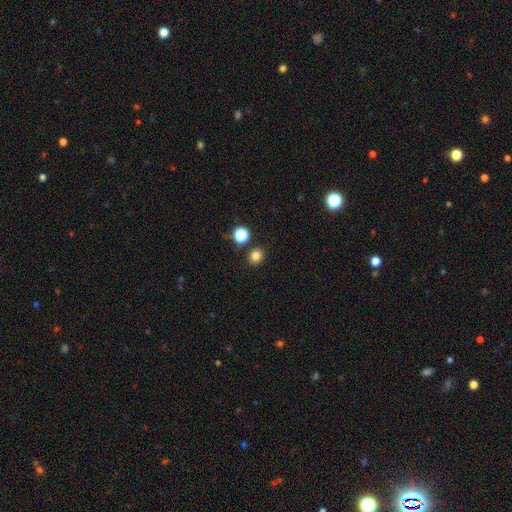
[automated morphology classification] Smooth or featured? smooth (80%)
How rounded? round (83%)
Merging? none (85%)